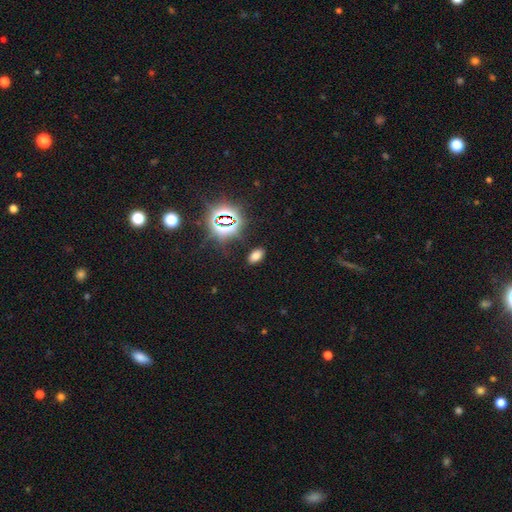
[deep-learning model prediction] A smooth galaxy with no disk features (65%) that is in between round and cigar-shaped (91%). Merging: none (87%).